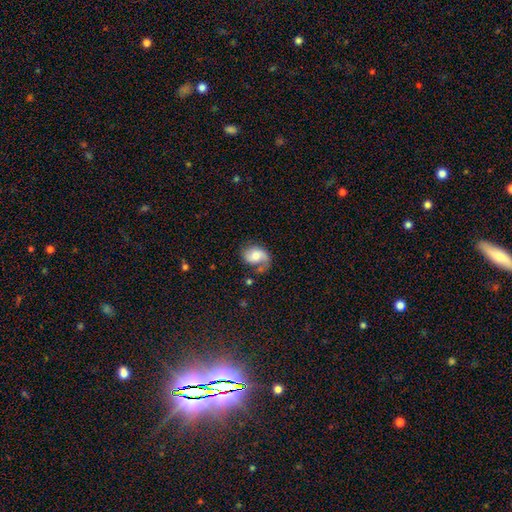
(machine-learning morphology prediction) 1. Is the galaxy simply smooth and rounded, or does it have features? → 57% featured or disk, 36% smooth, 8% star or artifact.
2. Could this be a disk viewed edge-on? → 97% no, 3% yes.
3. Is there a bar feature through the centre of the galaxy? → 60% no, 33% weak, 7% strong.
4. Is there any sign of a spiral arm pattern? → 88% yes, 12% no.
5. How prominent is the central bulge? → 52% moderate, 21% small, 19% large, 5% none, 3% dominant.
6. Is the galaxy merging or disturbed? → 48% none, 27% minor disturbance, 20% major disturbance, 6% merger.